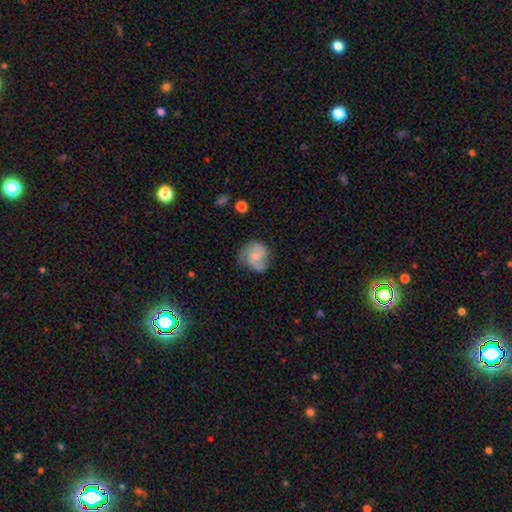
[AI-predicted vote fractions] smooth-or-featured: featured or disk: 60% | smooth: 33% | star or artifact: 7%
  disk-edge-on: no: 98% | yes: 2%
    bar: no: 66% | weak: 29% | strong: 4%
    has-spiral-arms: yes: 86% | no: 14%
      spiral-winding: medium: 46% | loose: 27% | tight: 26%
      spiral-arm-count: 2: 57% | can't tell: 16% | 3: 14% | 1: 9% | 4: 2% | more than 4: 2%
    bulge-size: small: 52% | moderate: 32% | none: 12% | large: 2% | dominant: 1%
  merging: none: 52% | minor disturbance: 27% | major disturbance: 15% | merger: 7%